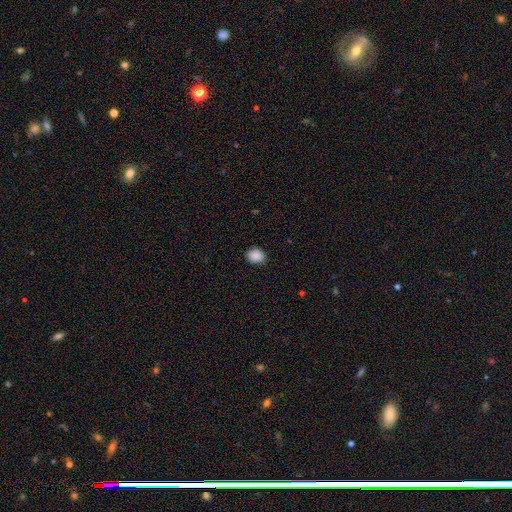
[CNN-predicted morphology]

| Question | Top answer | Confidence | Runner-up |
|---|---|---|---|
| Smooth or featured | smooth | 89% | star or artifact (8%) |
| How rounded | round | 51% | in between (48%) |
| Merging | none | 86% | minor disturbance (11%) |